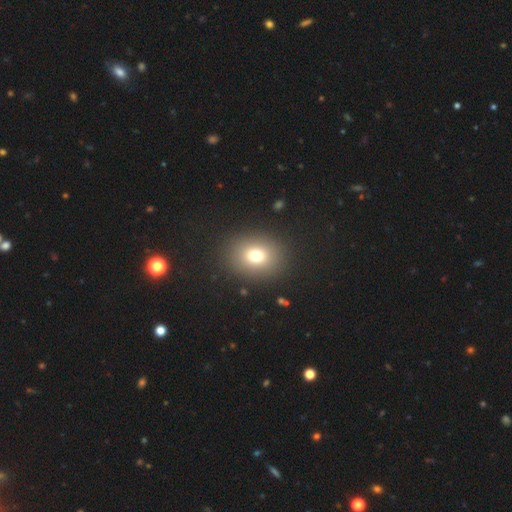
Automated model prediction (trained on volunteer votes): smooth_or_featured: smooth (p=0.74) [alt: star or artifact p=0.15]
how_rounded: round (p=0.61) [alt: in between p=0.38]
merging: none (p=0.88) [alt: minor disturbance p=0.07]